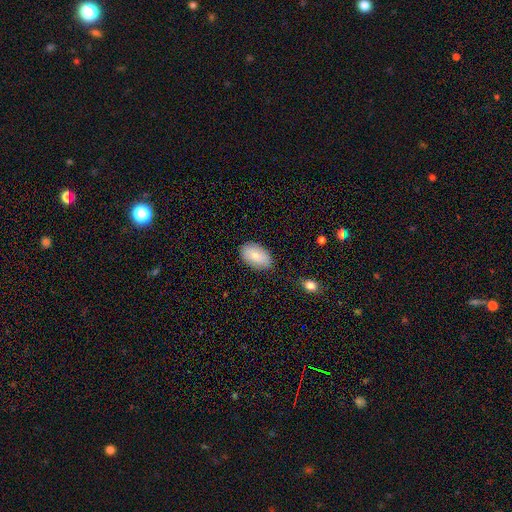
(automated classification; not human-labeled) smooth-or-featured: smooth: 77% | featured or disk: 16% | star or artifact: 7%
  how-rounded: in between: 93% | round: 6% | cigar-shaped: 1%
  merging: none: 83% | minor disturbance: 13% | major disturbance: 3% | merger: 1%